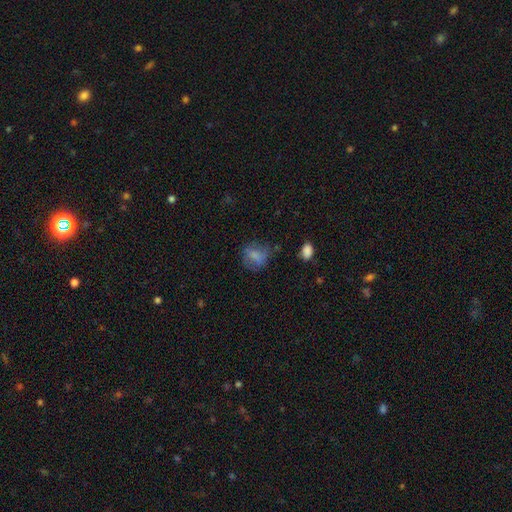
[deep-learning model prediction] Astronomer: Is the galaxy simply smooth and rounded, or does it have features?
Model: smooth — 70%.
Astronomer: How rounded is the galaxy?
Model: round — 50% (runner-up: in between, 48%).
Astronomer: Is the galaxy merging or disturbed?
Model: none — 56%.